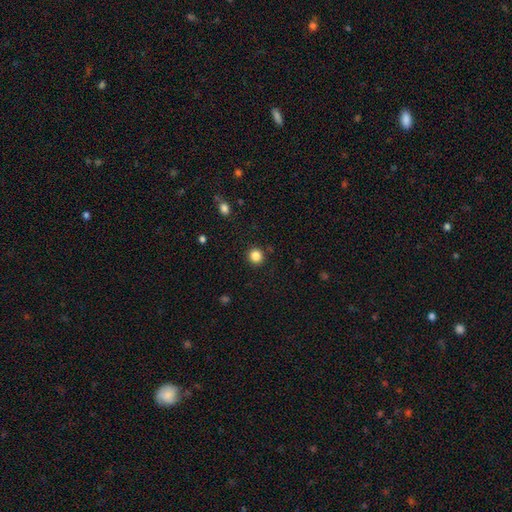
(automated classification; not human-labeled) A smooth galaxy with no disk features (85%) that is round (91%).

Vote fractions:
- Smooth or featured? smooth: 85% / star or artifact: 11% / featured or disk: 4%
- How rounded? round: 91% / in between: 8% / cigar-shaped: 1%
- Merging? none: 91% / minor disturbance: 6% / major disturbance: 2% / merger: 1%